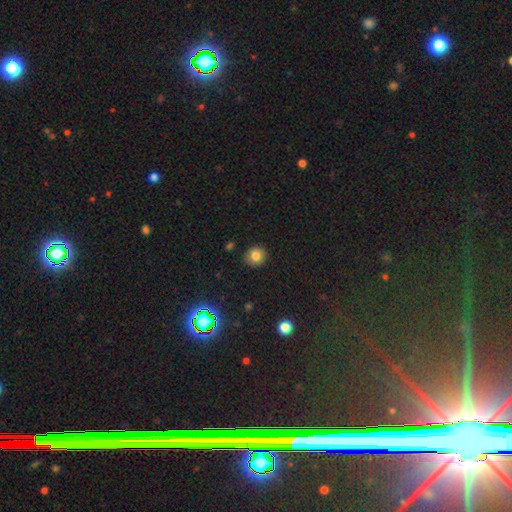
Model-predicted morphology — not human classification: Smooth or featured? Predicted: smooth (p=0.80). How rounded? Predicted: round (p=0.90). Merging? Predicted: none (p=0.90).